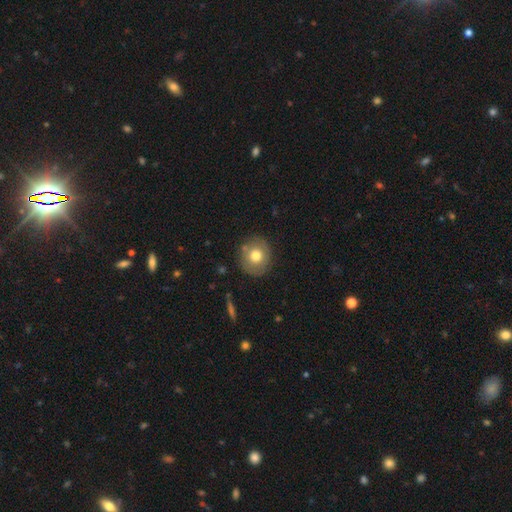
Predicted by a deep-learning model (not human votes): Smooth or featured? smooth (72%)
How rounded? round (83%)
Merging? none (83%)